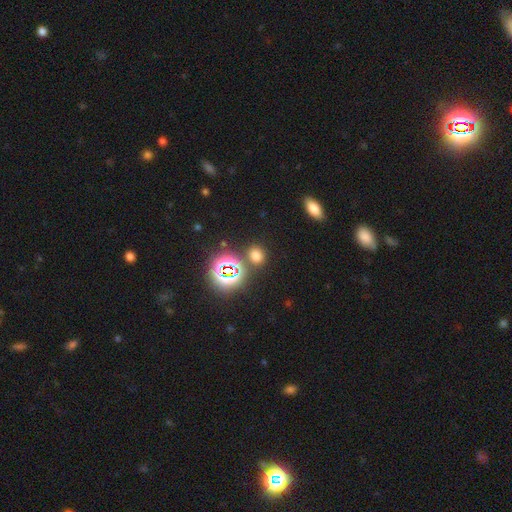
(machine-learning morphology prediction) smooth_or_featured: smooth (p=0.65) [alt: star or artifact p=0.29]
how_rounded: round (p=0.68) [alt: in between p=0.31]
merging: none (p=0.82) [alt: minor disturbance p=0.09]